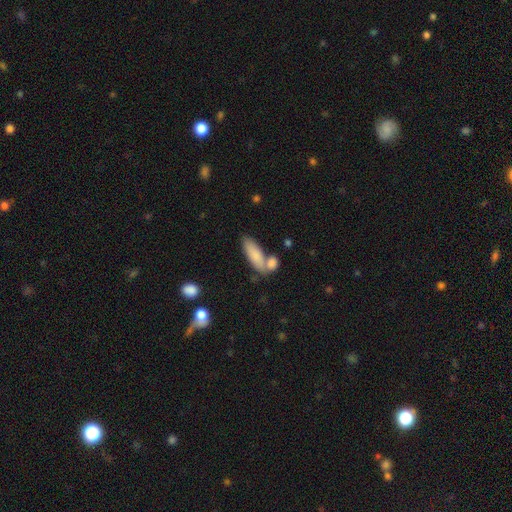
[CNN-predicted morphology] This appears to be a smooth galaxy with no disk features (81%) that is in between round and cigar-shaped (63%). Merging: none (49%).